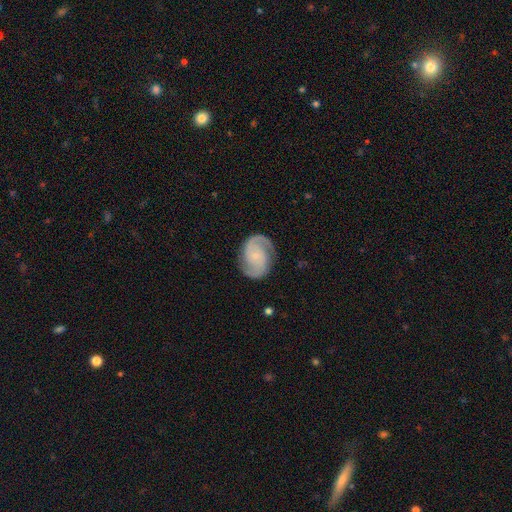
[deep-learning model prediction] smooth_or_featured: featured or disk (p=0.88) [alt: smooth p=0.07]
disk_edge_on: no (p=0.98) [alt: yes p=0.02]
bar: no (p=0.59) [alt: weak p=0.33]
has_spiral_arms: yes (p=0.98) [alt: no p=0.02]
spiral_winding: medium (p=0.53) [alt: tight p=0.31]
spiral_arm_count: 2 (p=0.93) [alt: can't tell p=0.02]
bulge_size: small (p=0.57) [alt: none p=0.25]
merging: none (p=0.83) [alt: minor disturbance p=0.12]